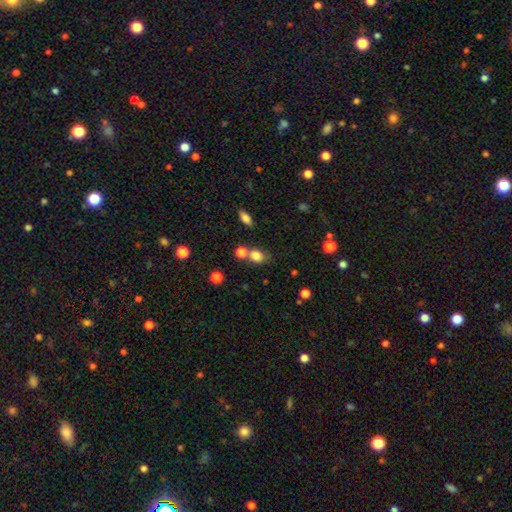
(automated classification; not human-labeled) Smooth or featured?
  - smooth: 81% *
  - star or artifact: 12%
  - featured or disk: 7%
How rounded?
  - round: 51% *
  - in between: 47%
  - cigar-shaped: 2%
Merging?
  - none: 57% *
  - merger: 26%
  - minor disturbance: 12%
  - major disturbance: 5%